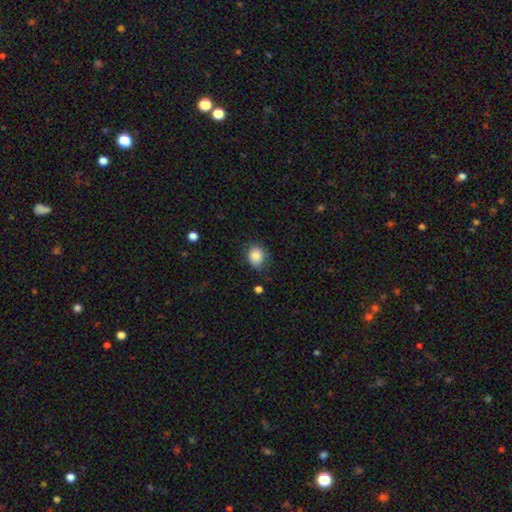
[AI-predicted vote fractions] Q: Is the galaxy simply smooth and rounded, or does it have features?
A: smooth — 86%.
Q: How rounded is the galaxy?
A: round — 63%.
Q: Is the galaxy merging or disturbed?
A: none — 71%.